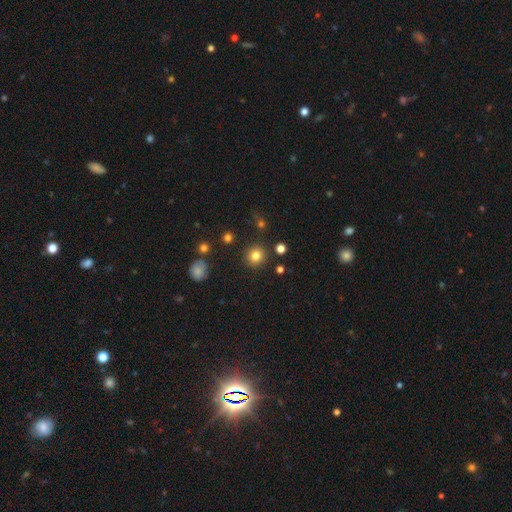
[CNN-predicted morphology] A smooth galaxy with no disk features (81%) that is round (92%). Merging: none (89%).